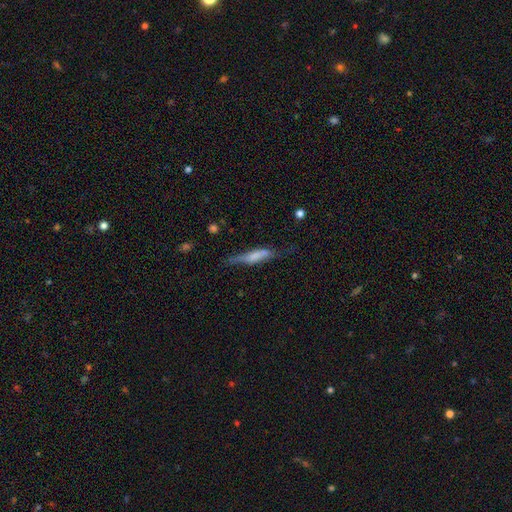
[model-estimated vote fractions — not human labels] Smooth or featured? Predicted: smooth (p=0.52). How rounded? Predicted: cigar-shaped (p=0.77). Merging? Predicted: none (p=0.49).